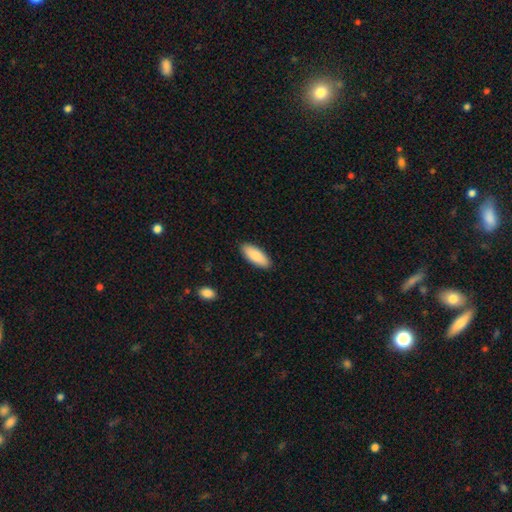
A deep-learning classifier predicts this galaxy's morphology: type=smooth (85%); roundness=in between (78%); merging=none (89%).